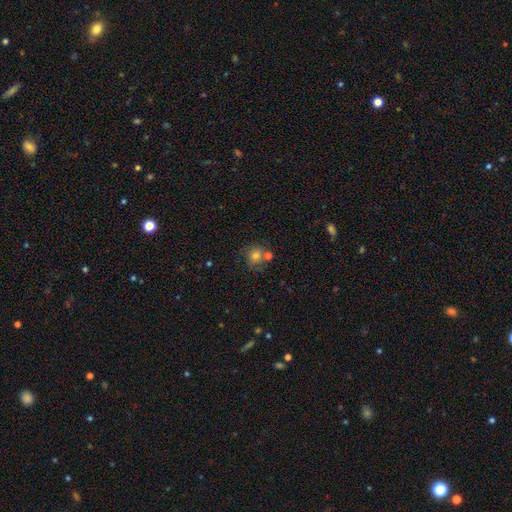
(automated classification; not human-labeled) A smooth galaxy with no disk features (74%) that is round (85%). Merging: none (62%).